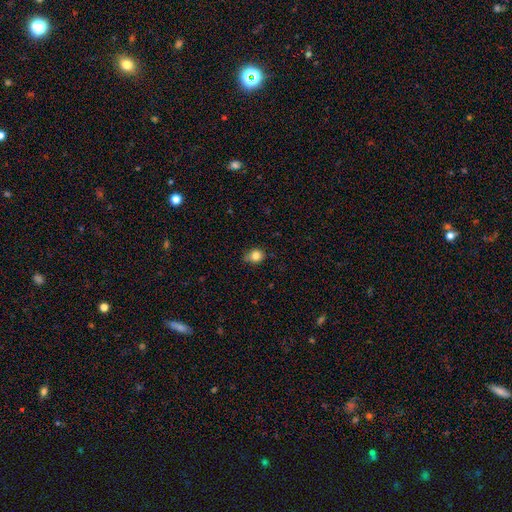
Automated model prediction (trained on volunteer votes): smooth_or_featured: smooth (p=0.83) [alt: star or artifact p=0.11]
how_rounded: round (p=0.72) [alt: in between p=0.27]
merging: none (p=0.69) [alt: minor disturbance p=0.25]